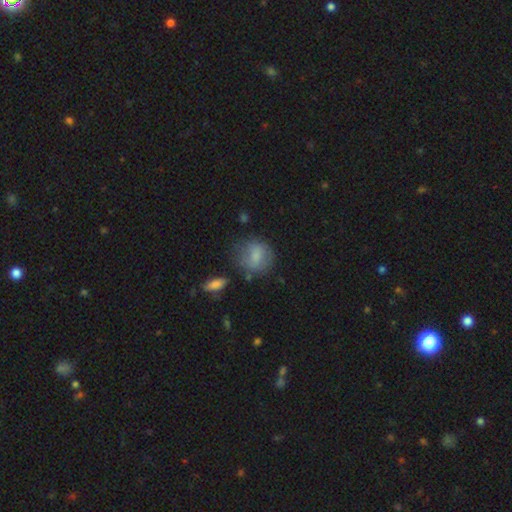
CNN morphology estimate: Smooth or featured: smooth — 76% (featured or disk — 16%)
How rounded: round — 70% (in between — 29%)
Merging: none — 64% (minor disturbance — 23%)